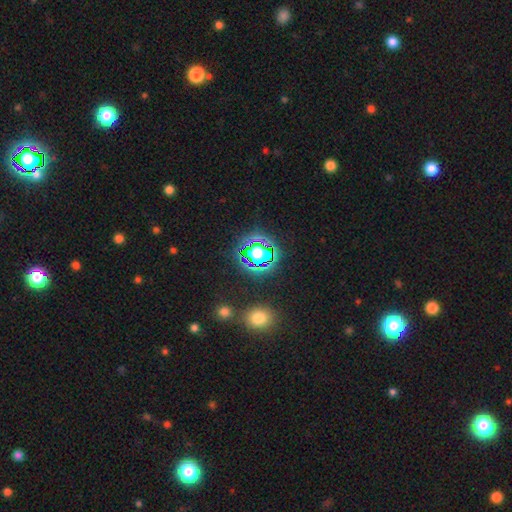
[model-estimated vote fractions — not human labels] Smooth or featured? star or artifact (61%)